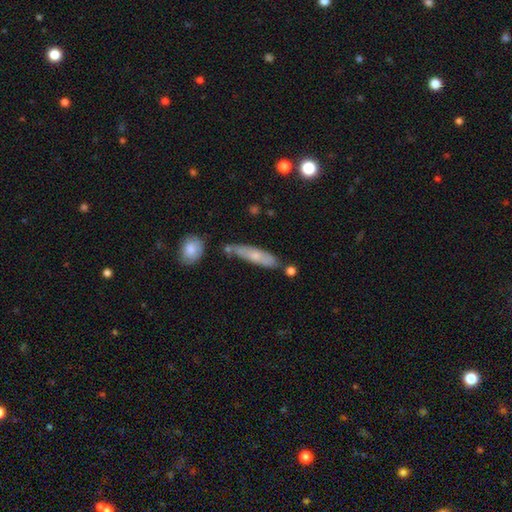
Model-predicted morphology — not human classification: Q: Smooth or featured?
A: smooth (61%); runner-up: featured or disk (32%)
Q: How rounded?
A: cigar-shaped (76%); runner-up: in between (22%)
Q: Merging?
A: none (65%); runner-up: minor disturbance (21%)